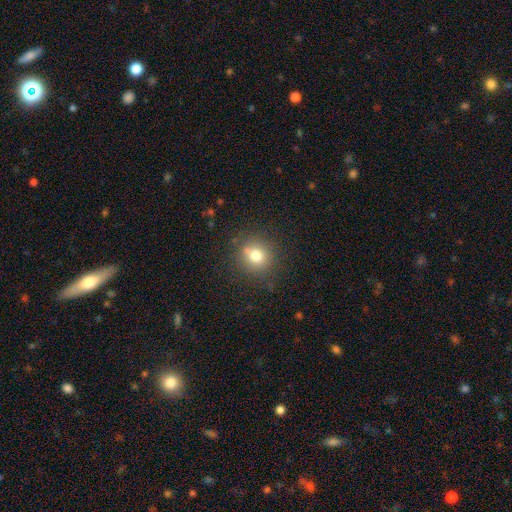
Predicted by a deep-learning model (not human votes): Smooth or featured: smooth — 75% (star or artifact — 14%)
How rounded: round — 89% (in between — 10%)
Merging: none — 77% (minor disturbance — 11%)